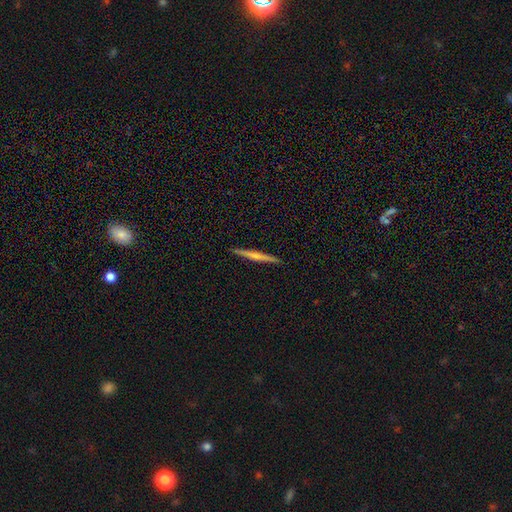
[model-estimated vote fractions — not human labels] The model was most divided on "smooth or featured": featured or disk: 53%, smooth: 41%, star or artifact: 6%. More confident: edge-on disk — yes (98%); merging — none (92%); edge-on bulge — none (52%).